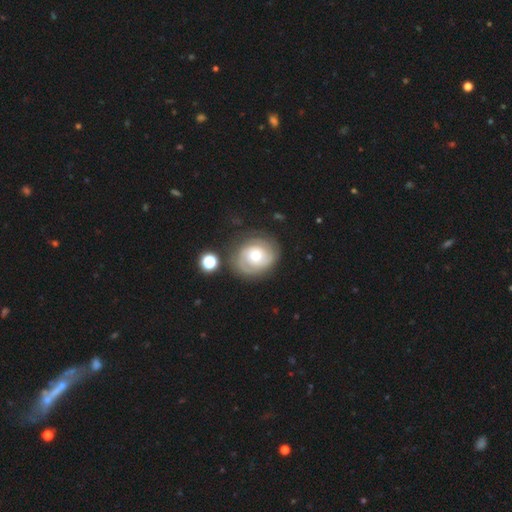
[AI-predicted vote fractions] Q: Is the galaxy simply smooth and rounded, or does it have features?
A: featured or disk — 75%.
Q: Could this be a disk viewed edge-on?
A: no — 97%.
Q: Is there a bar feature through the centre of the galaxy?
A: no — 79%.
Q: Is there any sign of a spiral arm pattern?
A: yes — 88%.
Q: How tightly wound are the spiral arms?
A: tight — 71%.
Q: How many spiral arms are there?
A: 2 — 45%.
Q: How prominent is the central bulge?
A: moderate — 70%.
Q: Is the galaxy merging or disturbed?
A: none — 73%.